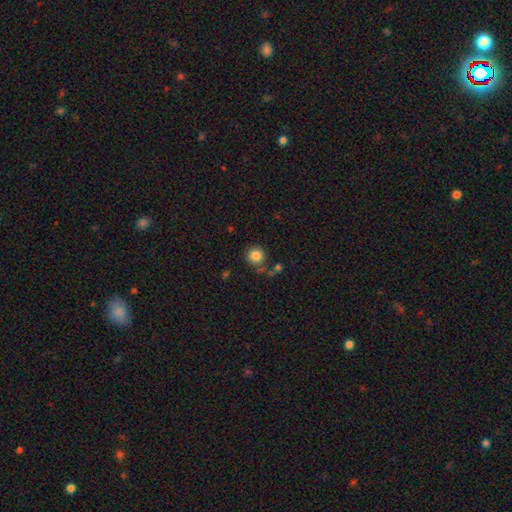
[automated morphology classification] Overall: smooth (84%). How rounded: round (92%). Merging: none (77%).